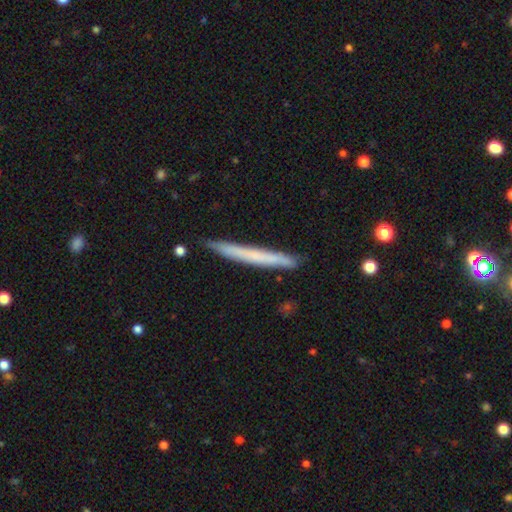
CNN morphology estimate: smooth 55%, featured or disk 39%, star or artifact 6%. Down the decision tree: how rounded — cigar-shaped (97%); merging — none (88%).